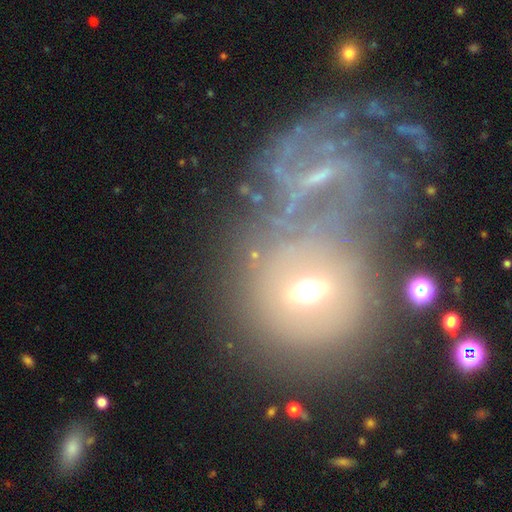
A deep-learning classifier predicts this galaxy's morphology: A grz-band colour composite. It shows a featured or disk galaxy (53%). Merging: merger (41%).